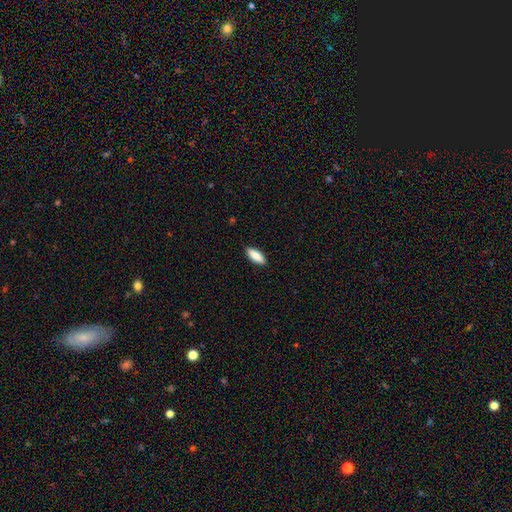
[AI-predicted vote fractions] This appears to be a smooth galaxy with no disk features (87%) that is in between round and cigar-shaped (70%). Merging: none (89%).